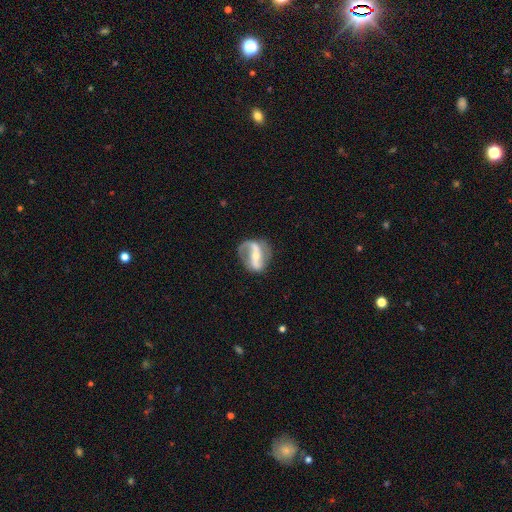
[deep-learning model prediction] A featured or disk galaxy (85%) with a strong bar (60%), 2 (86%) loose (48%) spiral arms (91%) and a small central bulge (51%).

Vote fractions:
- Smooth or featured? featured or disk: 85% / smooth: 10% / star or artifact: 5%
- Edge-on disk? no: 96% / yes: 4%
- Bar? strong: 60% / weak: 24% / no: 16%
- Spiral arms? yes: 91% / no: 9%
- Spiral winding? loose: 48% / medium: 37% / tight: 15%
- Spiral arm count? 2: 86% / 1: 7% / can't tell: 4% / 3: 1% / 4: 1% / more than 4: 1%
- Bulge size? small: 51% / moderate: 44% / large: 2% / none: 2% / dominant: 1%
- Merging? none: 70% / minor disturbance: 17% / major disturbance: 10% / merger: 2%